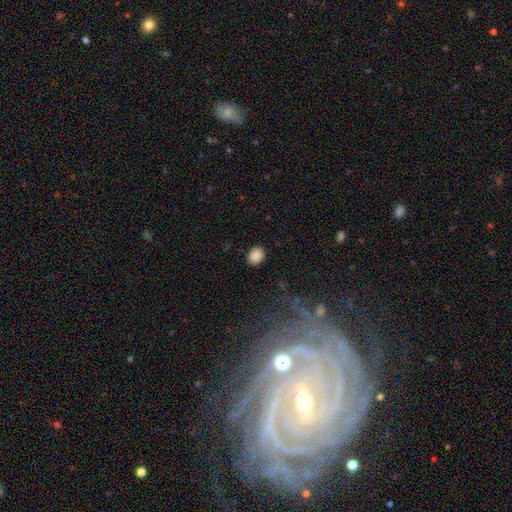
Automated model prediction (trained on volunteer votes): smooth_or_featured: smooth (p=0.87) [alt: star or artifact p=0.09]
how_rounded: in between (p=0.52) [alt: round p=0.47]
merging: none (p=0.87) [alt: minor disturbance p=0.09]